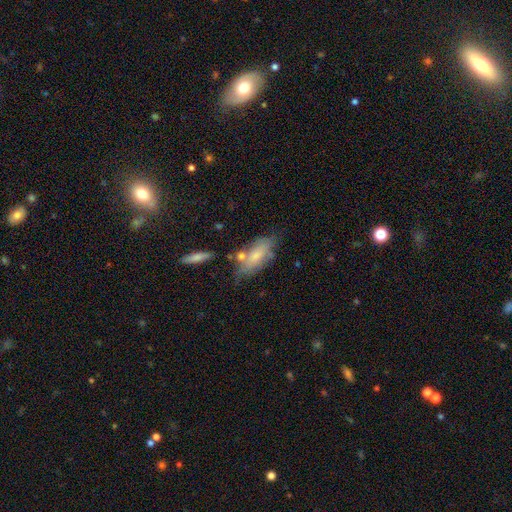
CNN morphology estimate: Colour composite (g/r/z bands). It shows a smooth galaxy with no disk features (67%) that is in between round and cigar-shaped (80%). Merging: none (56%).